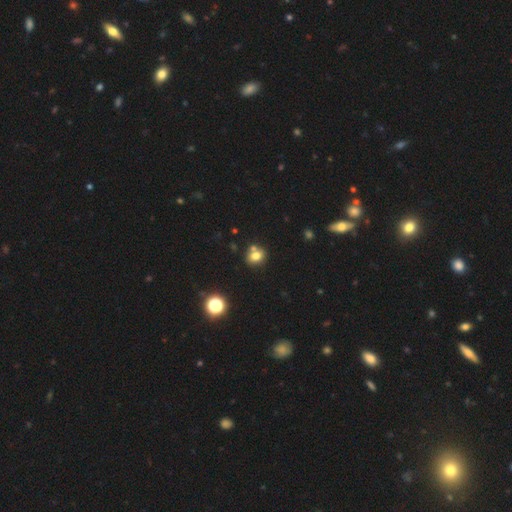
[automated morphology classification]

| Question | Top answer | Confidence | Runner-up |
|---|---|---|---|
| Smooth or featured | smooth | 75% | star or artifact (14%) |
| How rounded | round | 62% | in between (37%) |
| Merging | none | 63% | merger (24%) |